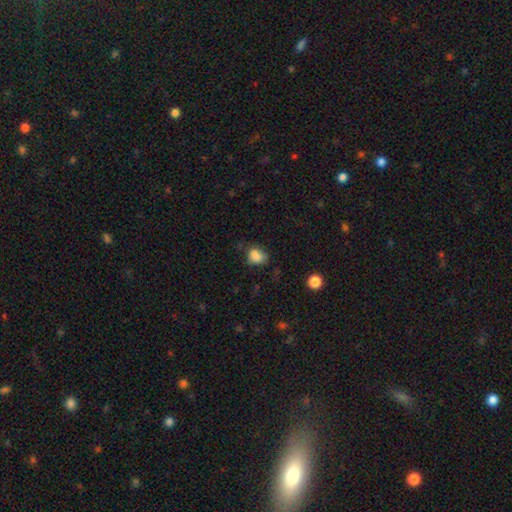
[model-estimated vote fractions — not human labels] Smooth or featured: smooth — 83% (star or artifact — 11%)
How rounded: in between — 55% (round — 44%)
Merging: none — 57% (minor disturbance — 28%)